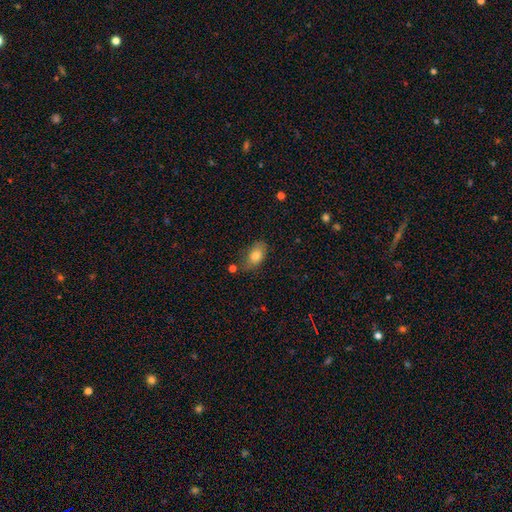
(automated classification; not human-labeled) smooth_or_featured: smooth (p=0.79) [alt: featured or disk p=0.13]
how_rounded: in between (p=0.88) [alt: round p=0.09]
merging: none (p=0.67) [alt: minor disturbance p=0.22]